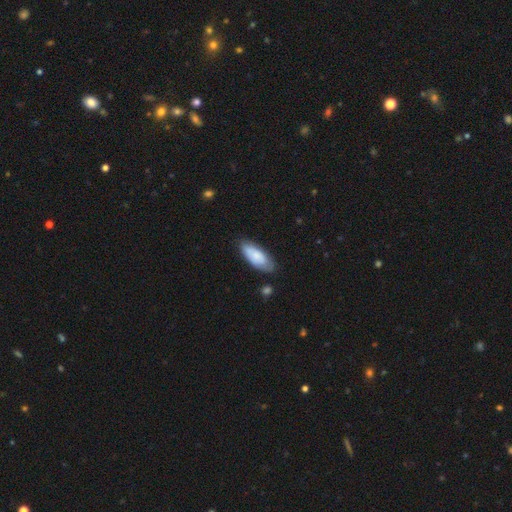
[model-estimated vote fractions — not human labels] Q: Smooth or featured?
A: smooth (78%); runner-up: featured or disk (16%)
Q: How rounded?
A: in between (80%); runner-up: cigar-shaped (19%)
Q: Merging?
A: none (73%); runner-up: minor disturbance (20%)